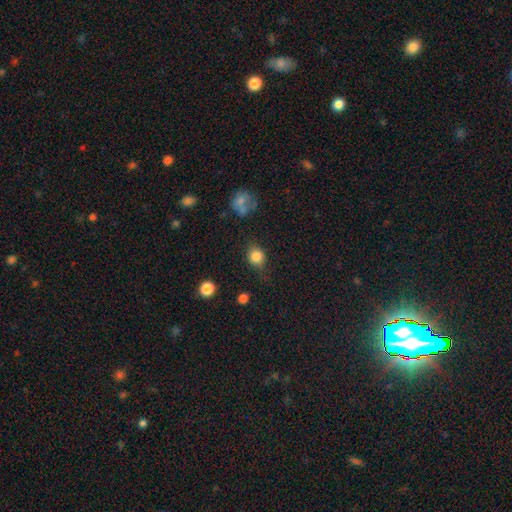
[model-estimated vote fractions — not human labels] smooth_or_featured: smooth (p=0.82) [alt: star or artifact p=0.10]
how_rounded: round (p=0.70) [alt: in between p=0.28]
merging: none (p=0.68) [alt: minor disturbance p=0.22]